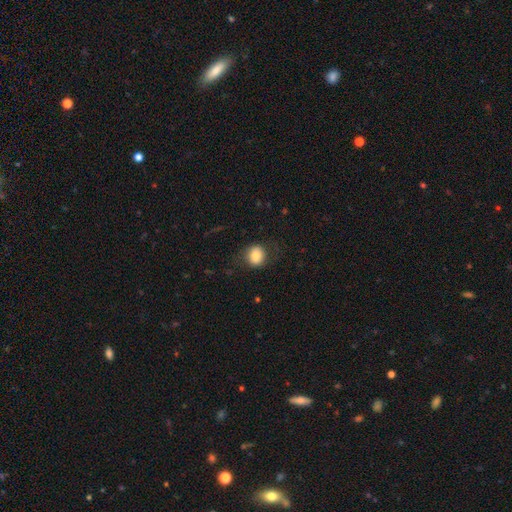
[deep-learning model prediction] Smooth or featured? Predicted: smooth (p=0.79). How rounded? Predicted: round (p=0.73). Merging? Predicted: none (p=0.77).